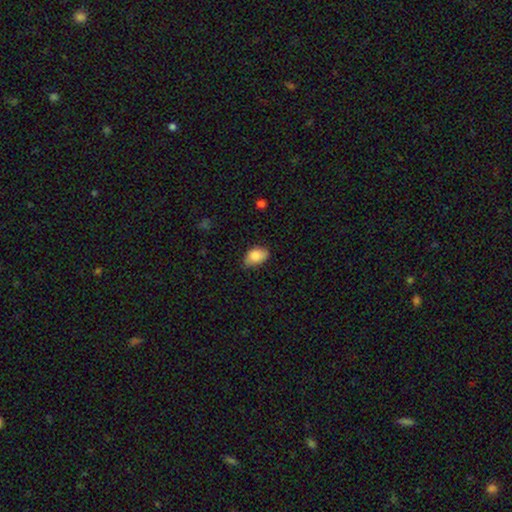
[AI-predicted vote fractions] Smooth or featured? Predicted: smooth (p=0.87). How rounded? Predicted: in between (p=0.89). Merging? Predicted: none (p=0.65).